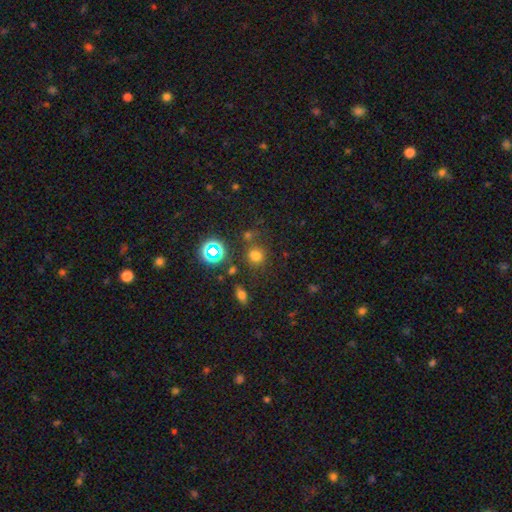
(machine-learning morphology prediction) smooth 68%, star or artifact 25%, featured or disk 7%. Down the decision tree: how rounded — round (83%); merging — none (74%).